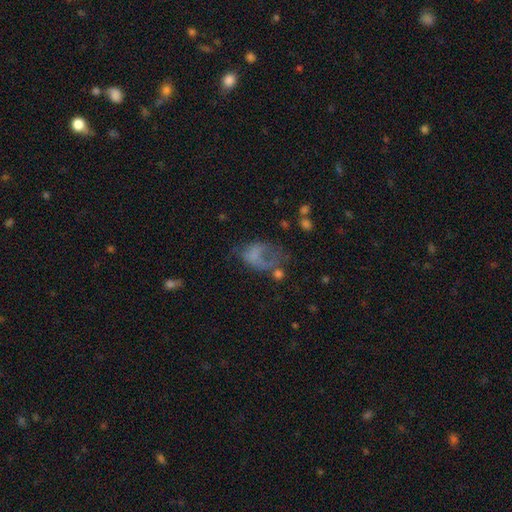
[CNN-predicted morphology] This is possibly a smooth galaxy (49%). Merging: possibly major disturbance (48%).